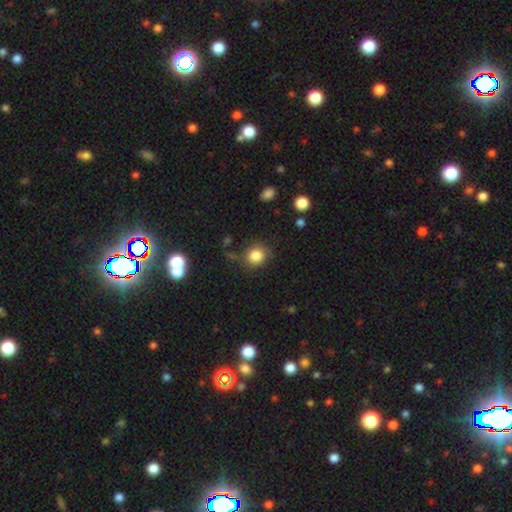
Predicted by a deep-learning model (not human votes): Overall: smooth (83%). How rounded: round (83%). Merging: none (79%).